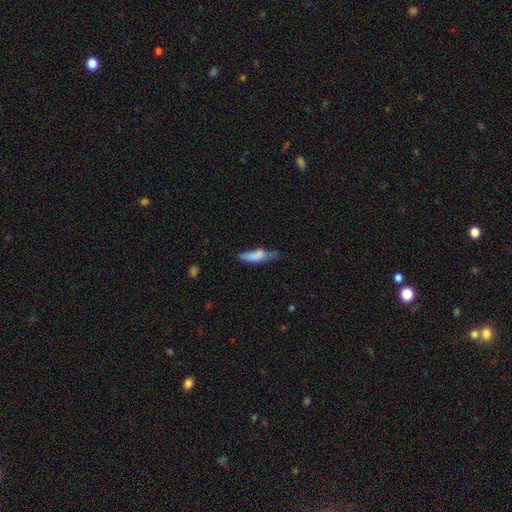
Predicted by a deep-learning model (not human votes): The model was most divided on "merging": none: 48%, minor disturbance: 35%, major disturbance: 12%, merger: 5%. More confident: smooth or featured — smooth (74%); how rounded — cigar-shaped (59%).